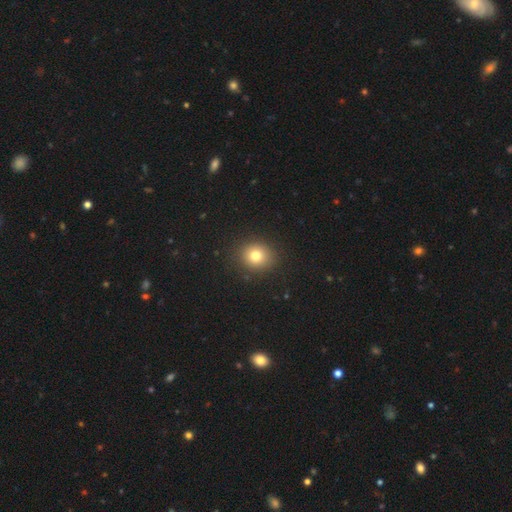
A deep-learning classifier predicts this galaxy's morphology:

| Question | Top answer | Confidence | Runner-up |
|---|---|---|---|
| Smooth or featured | smooth | 78% | star or artifact (13%) |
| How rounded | round | 78% | in between (21%) |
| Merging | none | 89% | minor disturbance (7%) |